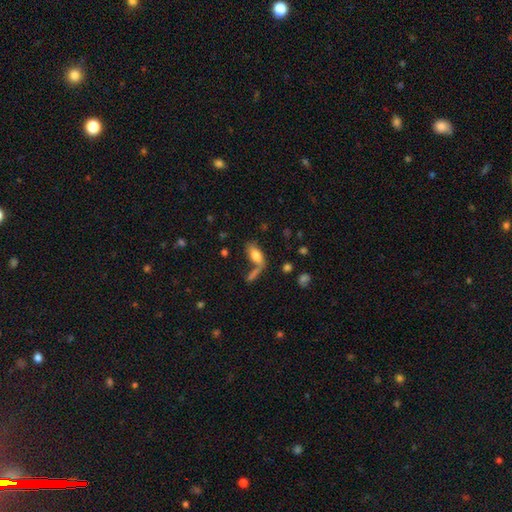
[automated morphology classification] Overall: smooth (68%). How rounded: in between (81%). Merging: none (44%; merger 28%).